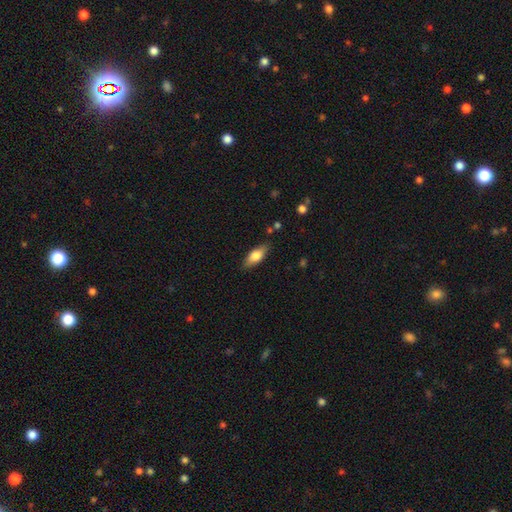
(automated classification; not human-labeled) Q: Smooth or featured?
A: smooth (72%); runner-up: featured or disk (22%)
Q: How rounded?
A: in between (78%); runner-up: cigar-shaped (19%)
Q: Merging?
A: none (82%); runner-up: minor disturbance (13%)